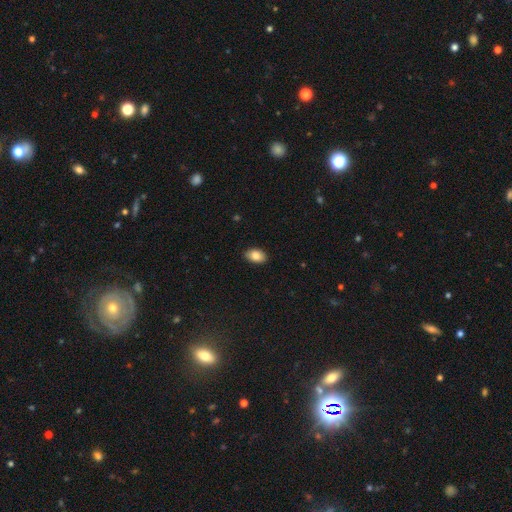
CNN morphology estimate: Overall: smooth (85%). How rounded: in between (89%). Merging: none (88%).